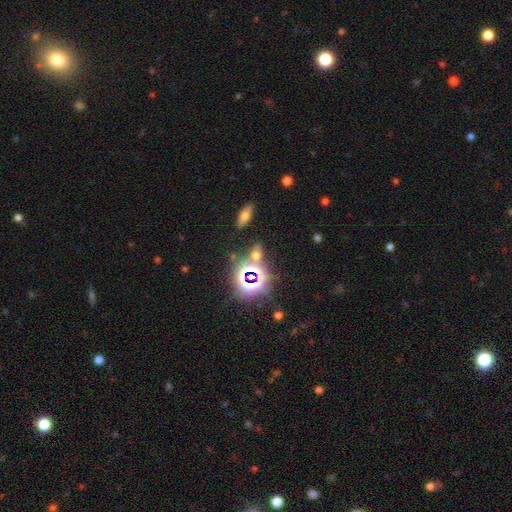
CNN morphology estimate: type=star or artifact (54%).